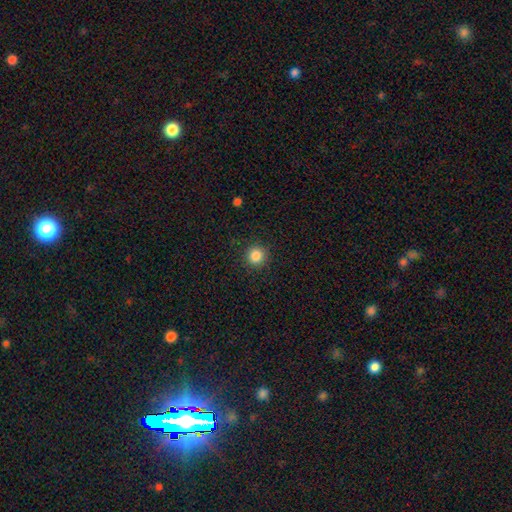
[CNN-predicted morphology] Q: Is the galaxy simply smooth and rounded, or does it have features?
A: smooth — 85%.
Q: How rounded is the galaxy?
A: round — 92%.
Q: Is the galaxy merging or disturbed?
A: none — 91%.